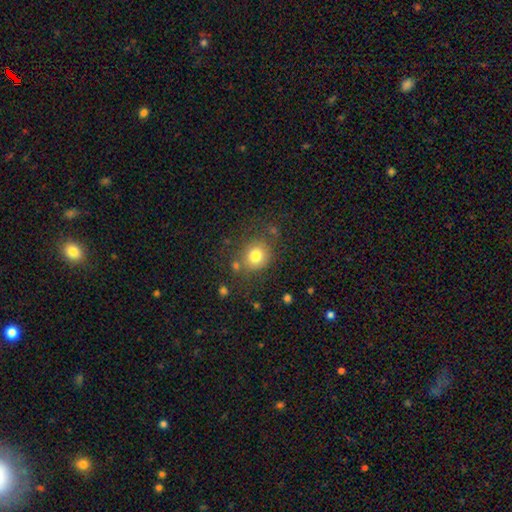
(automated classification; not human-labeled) Smooth or featured? Predicted: smooth (p=0.78). How rounded? Predicted: round (p=0.77). Merging? Predicted: none (p=0.72).